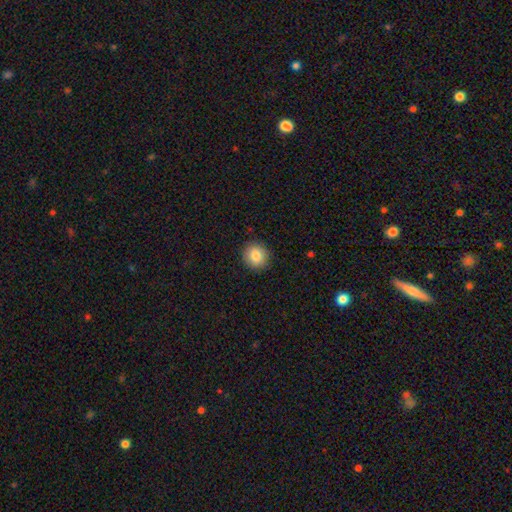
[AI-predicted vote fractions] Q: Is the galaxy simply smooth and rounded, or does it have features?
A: smooth — 84%.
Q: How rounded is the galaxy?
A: round — 88%.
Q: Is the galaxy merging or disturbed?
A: none — 91%.